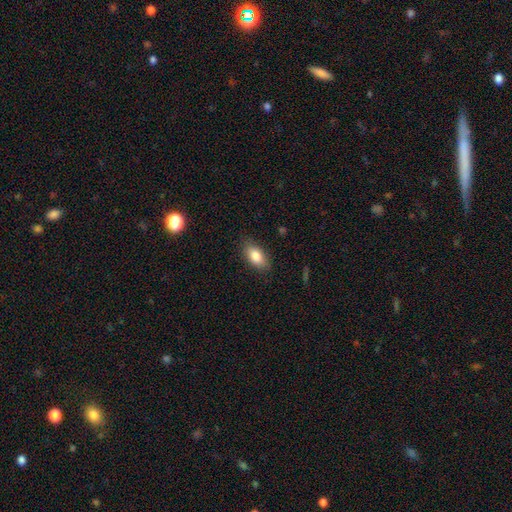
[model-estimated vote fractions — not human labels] Smooth or featured? smooth (83%)
How rounded? in between (90%)
Merging? none (84%)